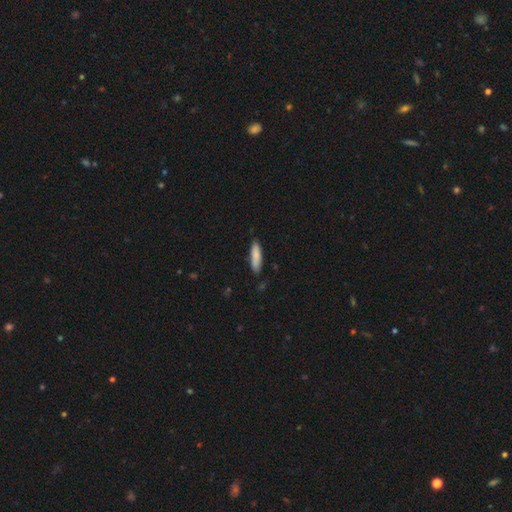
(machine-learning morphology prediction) This appears to be a smooth galaxy with no disk features (86%) that is cigar-shaped (68%). Merging: none (83%).